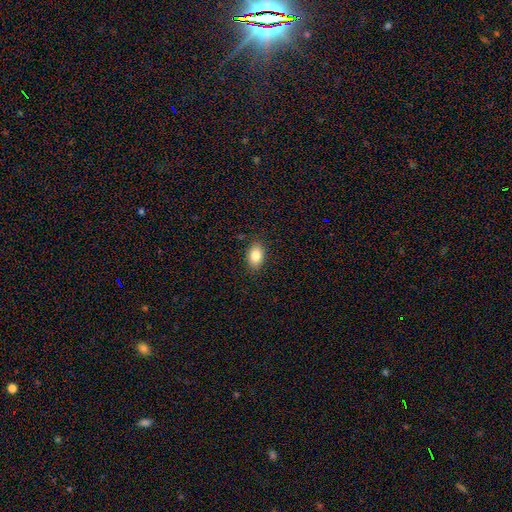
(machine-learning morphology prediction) A smooth galaxy with no disk features (84%) that is in between round and cigar-shaped (86%).

Vote fractions:
- Smooth or featured? smooth: 84% / star or artifact: 8% / featured or disk: 8%
- How rounded? in between: 86% / round: 12% / cigar-shaped: 2%
- Merging? none: 87% / minor disturbance: 10% / major disturbance: 2% / merger: 1%